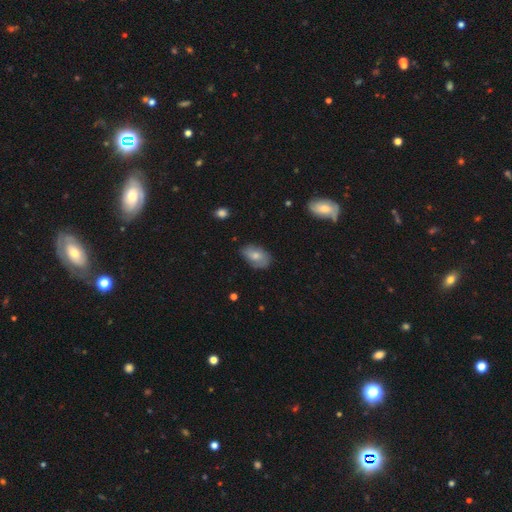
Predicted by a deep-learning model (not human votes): Smooth or featured?
  - smooth: 69% *
  - featured or disk: 23%
  - star or artifact: 8%
How rounded?
  - in between: 90% *
  - round: 8%
  - cigar-shaped: 2%
Merging?
  - none: 69% *
  - minor disturbance: 24%
  - major disturbance: 5%
  - merger: 2%